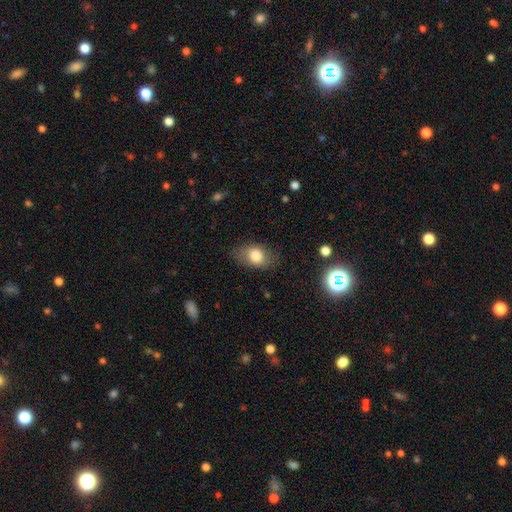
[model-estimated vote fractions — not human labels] Smooth or featured? smooth (78%)
How rounded? in between (83%)
Merging? none (76%)